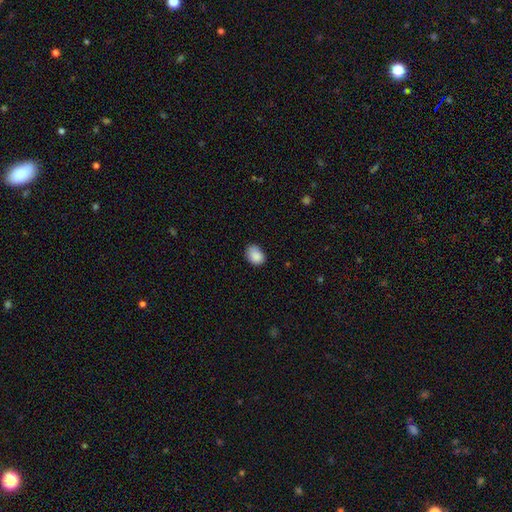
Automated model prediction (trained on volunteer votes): Smooth or featured? Predicted: smooth (p=0.88). How rounded? Predicted: in between (p=0.70). Merging? Predicted: none (p=0.69).